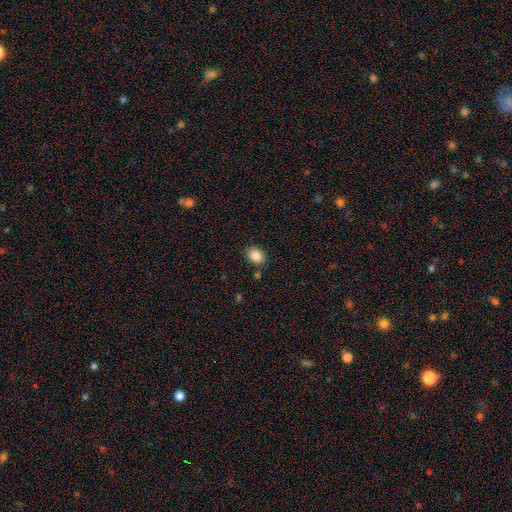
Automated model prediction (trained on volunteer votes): This is clearly a smooth galaxy (86%). How rounded: possibly in between (55%). Merging: clearly none (83%).